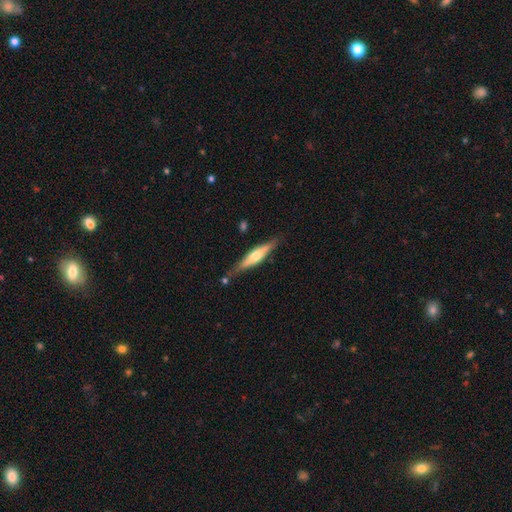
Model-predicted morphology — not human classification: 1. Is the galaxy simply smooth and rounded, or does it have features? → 57% featured or disk, 38% smooth, 5% star or artifact.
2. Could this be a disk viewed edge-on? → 91% yes, 9% no.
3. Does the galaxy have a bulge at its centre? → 86% rounded, 8% boxy, 6% none.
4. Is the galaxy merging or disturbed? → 74% none, 17% minor disturbance, 4% merger, 4% major disturbance.